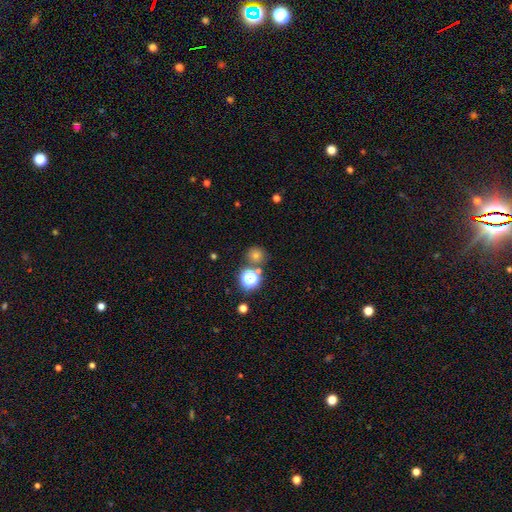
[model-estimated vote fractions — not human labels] Overall: smooth (61%; star or artifact 31%). How rounded: round (89%). Merging: none (76%).